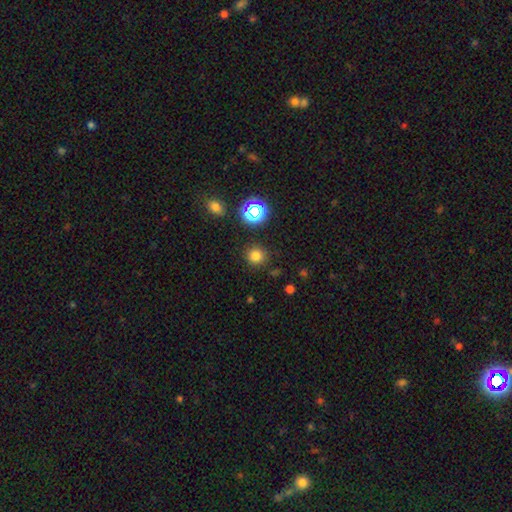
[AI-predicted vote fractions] Smooth or featured? Predicted: smooth (p=0.76). How rounded? Predicted: round (p=0.91). Merging? Predicted: none (p=0.87).